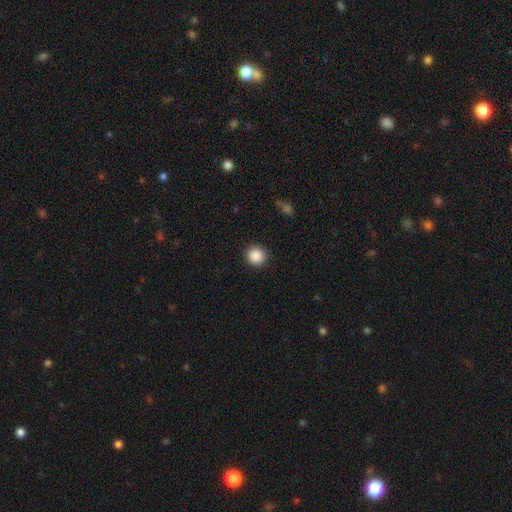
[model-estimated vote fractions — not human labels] This appears to be a smooth galaxy with no disk features (89%) that is round (93%). Merging: none (91%).